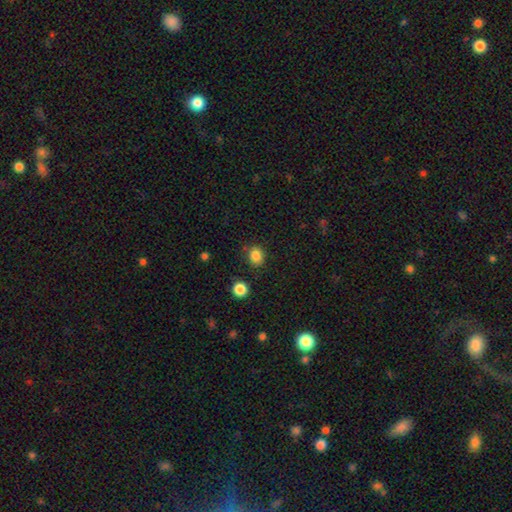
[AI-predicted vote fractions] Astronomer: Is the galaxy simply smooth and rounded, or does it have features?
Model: smooth — 85%.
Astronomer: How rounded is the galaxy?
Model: round — 64%.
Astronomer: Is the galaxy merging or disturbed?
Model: none — 82%.